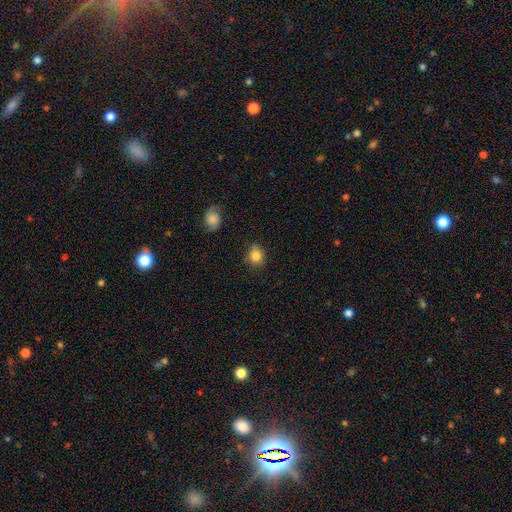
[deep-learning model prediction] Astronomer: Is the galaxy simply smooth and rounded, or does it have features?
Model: smooth — 83%.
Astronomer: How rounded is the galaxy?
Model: round — 73%.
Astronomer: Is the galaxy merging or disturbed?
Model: none — 72%.